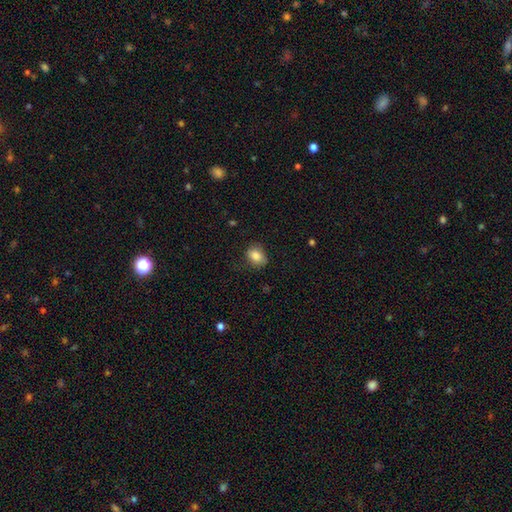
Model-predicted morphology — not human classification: Smooth or featured?
  - smooth: 84% *
  - star or artifact: 8%
  - featured or disk: 7%
How rounded?
  - in between: 62% *
  - round: 36%
  - cigar-shaped: 1%
Merging?
  - none: 73% *
  - minor disturbance: 20%
  - major disturbance: 6%
  - merger: 1%